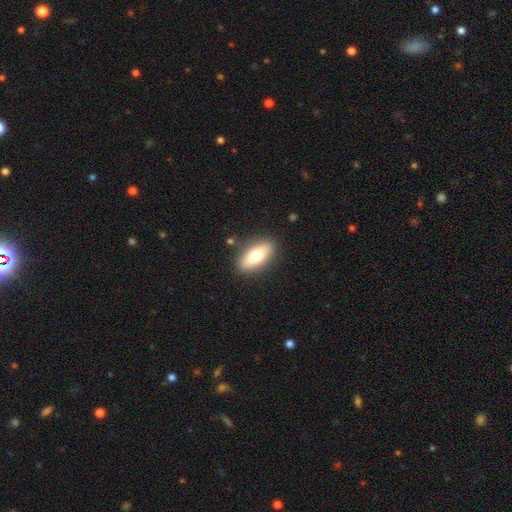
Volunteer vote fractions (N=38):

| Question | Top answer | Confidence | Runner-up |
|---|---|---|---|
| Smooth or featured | smooth | 84% | featured or disk (16%) |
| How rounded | in between | 84% | cigar-shaped (16%) |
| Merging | none | 84% | minor disturbance (8%) |